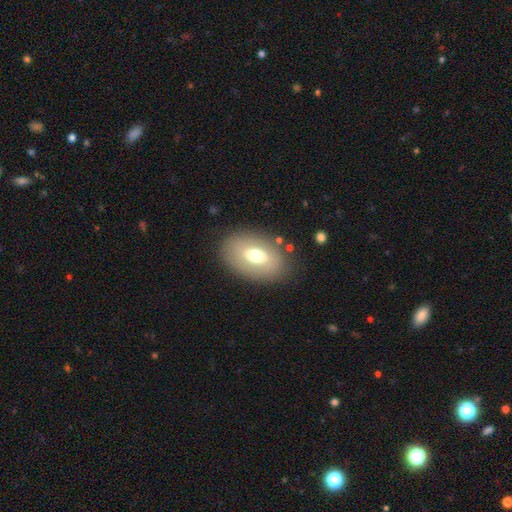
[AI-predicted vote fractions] Smooth or featured? smooth (57%)
How rounded? in between (86%)
Merging? none (82%)